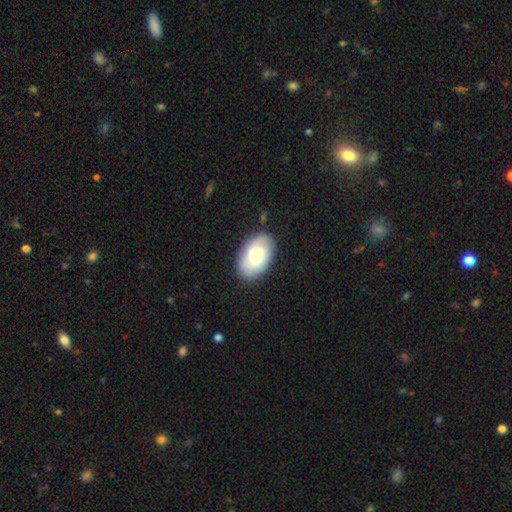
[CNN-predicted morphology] smooth-or-featured: smooth: 63% | featured or disk: 30% | star or artifact: 7%
  how-rounded: in between: 91% | round: 8% | cigar-shaped: 1%
  merging: none: 85% | minor disturbance: 11% | major disturbance: 3% | merger: 1%